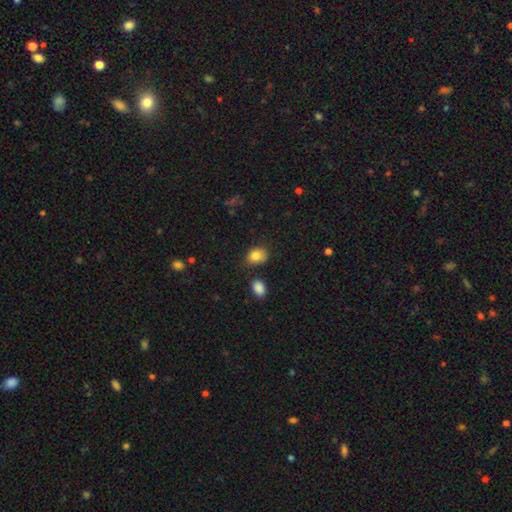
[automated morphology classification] Q: Smooth or featured?
A: smooth (84%); runner-up: star or artifact (9%)
Q: How rounded?
A: in between (61%); runner-up: round (37%)
Q: Merging?
A: none (74%); runner-up: minor disturbance (16%)